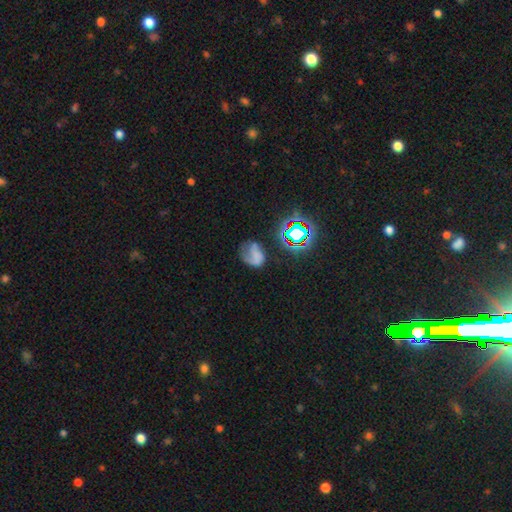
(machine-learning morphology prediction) The model was most divided on "smooth or featured": smooth: 41%, featured or disk: 38%, star or artifact: 20%. Remaining: merging — none (37%).